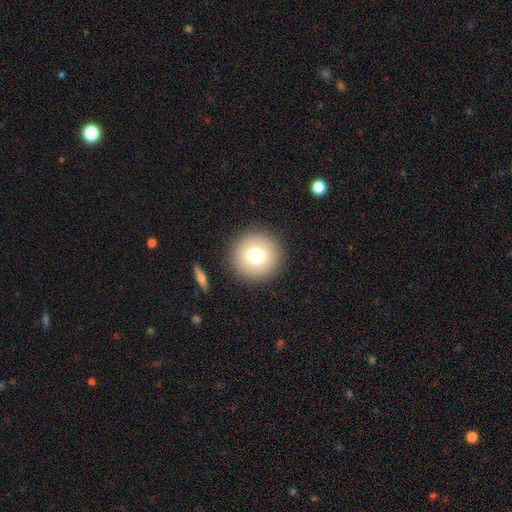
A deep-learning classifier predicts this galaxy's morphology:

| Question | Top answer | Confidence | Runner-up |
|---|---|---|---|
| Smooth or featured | smooth | 73% | featured or disk (15%) |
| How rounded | round | 96% | in between (3%) |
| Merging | none | 90% | minor disturbance (6%) |